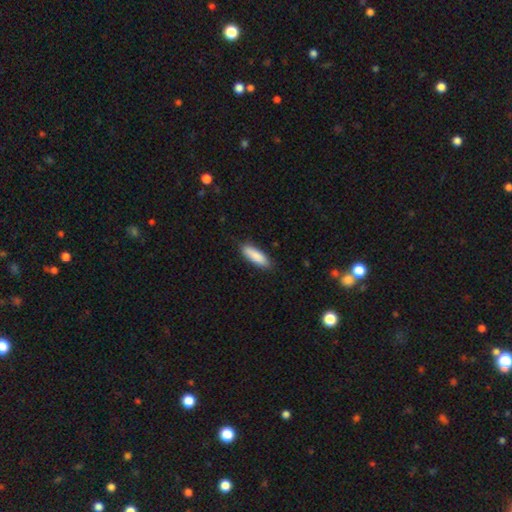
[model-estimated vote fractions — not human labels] Smooth or featured: smooth — 88% (featured or disk — 7%)
How rounded: in between — 52% (cigar-shaped — 47%)
Merging: none — 85% (minor disturbance — 12%)